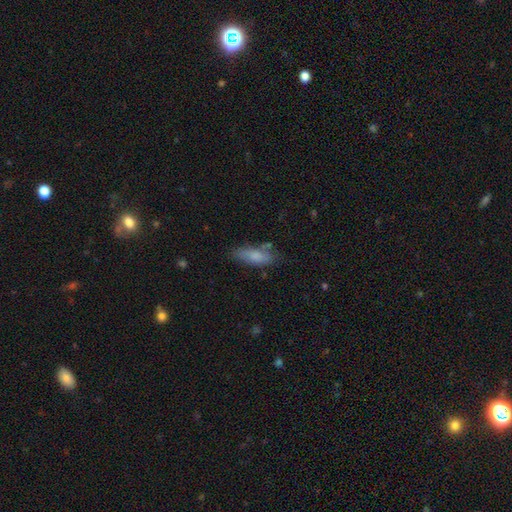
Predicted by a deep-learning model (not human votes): smooth_or_featured: smooth (p=0.77) [alt: featured or disk p=0.16]
how_rounded: in between (p=0.62) [alt: cigar-shaped p=0.36]
merging: none (p=0.65) [alt: minor disturbance p=0.22]